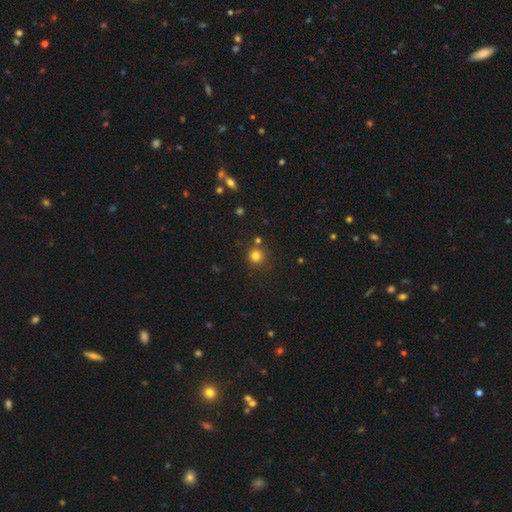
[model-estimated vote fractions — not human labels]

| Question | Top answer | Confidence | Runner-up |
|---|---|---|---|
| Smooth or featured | smooth | 80% | star or artifact (14%) |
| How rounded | round | 92% | in between (7%) |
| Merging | none | 80% | merger (9%) |